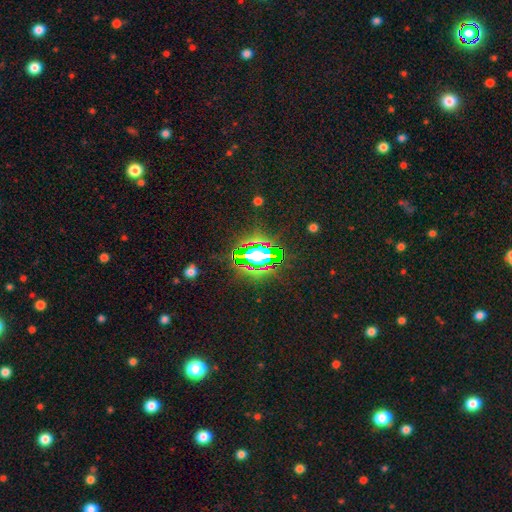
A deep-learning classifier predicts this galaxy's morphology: Q: Smooth or featured?
A: star or artifact (68%); runner-up: smooth (20%)